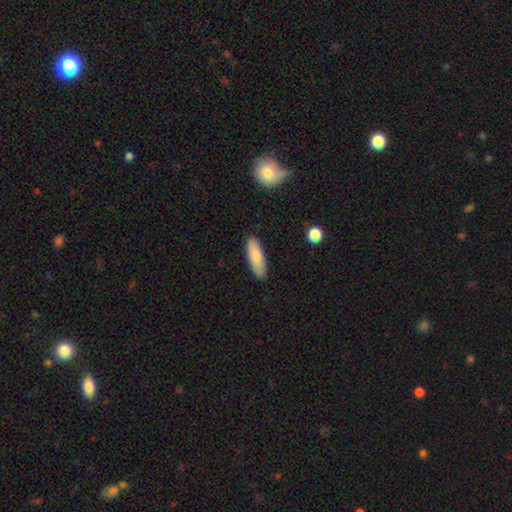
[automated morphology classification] Smooth or featured?
  - smooth: 83% *
  - featured or disk: 12%
  - star or artifact: 6%
How rounded?
  - in between: 54% *
  - cigar-shaped: 44%
  - round: 2%
Merging?
  - none: 87% *
  - minor disturbance: 10%
  - major disturbance: 2%
  - merger: 1%